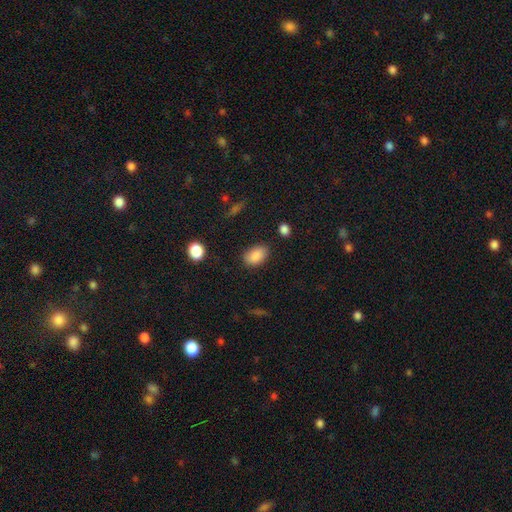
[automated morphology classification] Smooth or featured? smooth (87%)
How rounded? in between (87%)
Merging? none (78%)